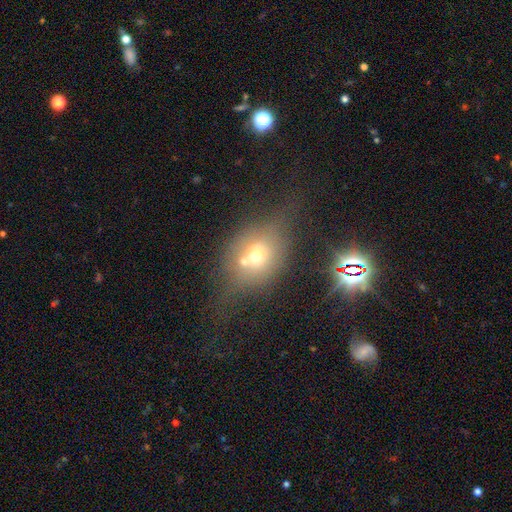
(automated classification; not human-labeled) A smooth galaxy with no disk features (48%). Merging: none (43%).